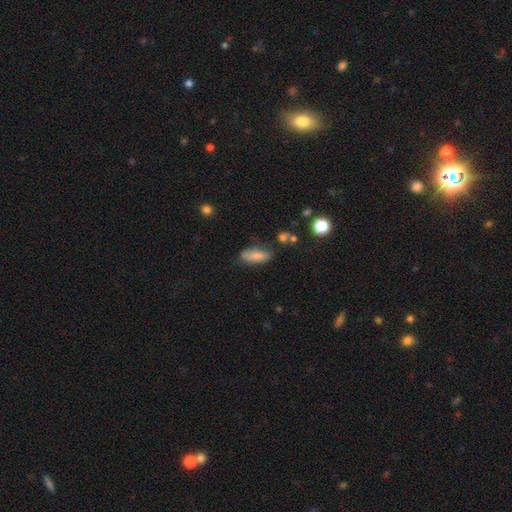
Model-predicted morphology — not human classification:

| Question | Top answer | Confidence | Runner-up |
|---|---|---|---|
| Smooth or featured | smooth | 79% | featured or disk (13%) |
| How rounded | in between | 73% | cigar-shaped (25%) |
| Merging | none | 65% | minor disturbance (24%) |